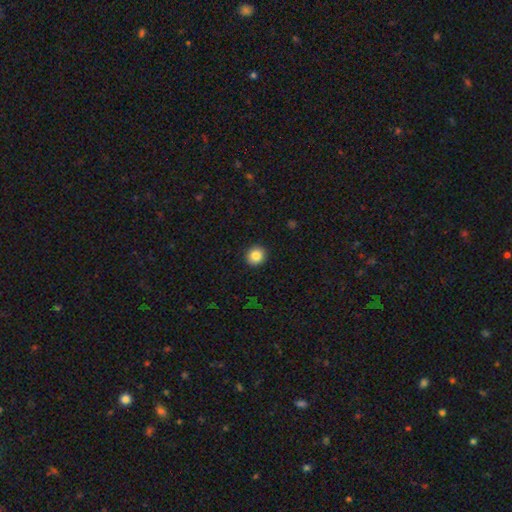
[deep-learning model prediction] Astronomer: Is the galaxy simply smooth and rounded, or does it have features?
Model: smooth — 85%.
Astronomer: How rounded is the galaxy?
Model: round — 89%.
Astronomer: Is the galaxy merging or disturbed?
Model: none — 92%.